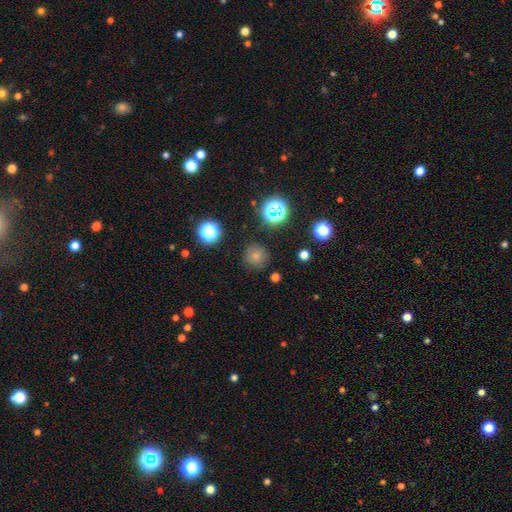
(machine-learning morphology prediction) Smooth or featured?
  - smooth: 72% *
  - star or artifact: 21%
  - featured or disk: 7%
How rounded?
  - round: 93% *
  - in between: 6%
  - cigar-shaped: 1%
Merging?
  - none: 85% *
  - minor disturbance: 10%
  - major disturbance: 3%
  - merger: 2%